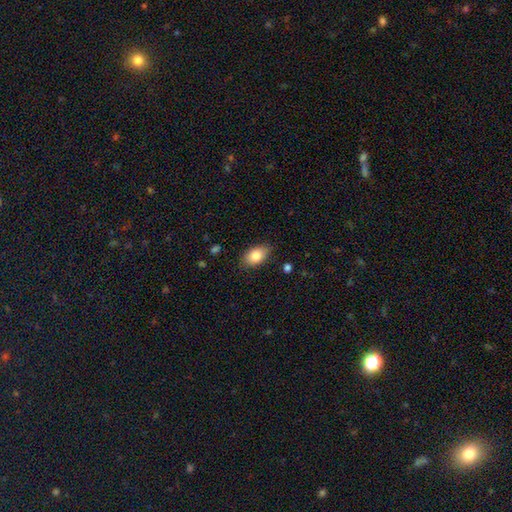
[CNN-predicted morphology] A smooth galaxy with no disk features (85%) that is in between round and cigar-shaped (90%). Merging: none (84%).